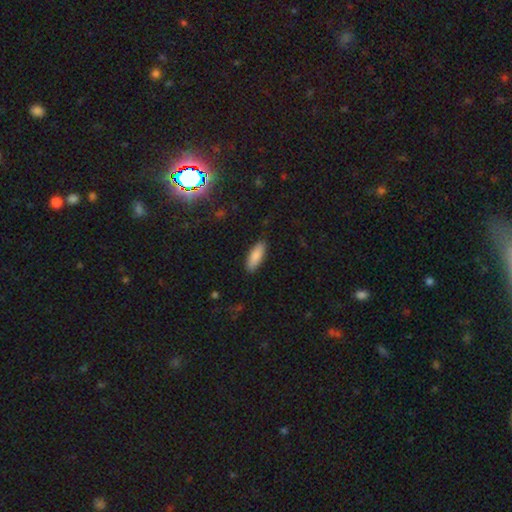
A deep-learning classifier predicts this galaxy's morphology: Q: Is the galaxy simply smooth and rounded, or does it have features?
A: smooth — 86%.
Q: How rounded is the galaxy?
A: in between — 66%.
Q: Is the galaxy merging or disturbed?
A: none — 88%.